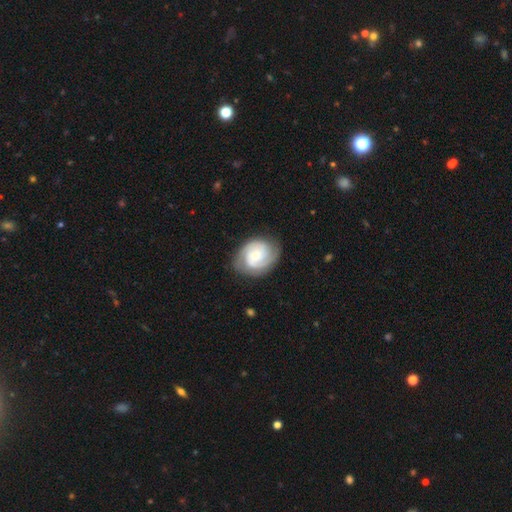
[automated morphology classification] type=featured or disk (76%); edge-on=no (98%); bar=no (65%); spiral arms=yes (95%); winding=tight (58%); arm count=2 (58%); bulge=small (60%); merging=none (77%).